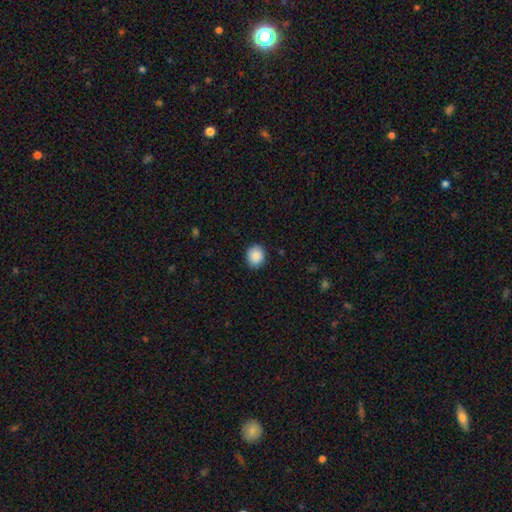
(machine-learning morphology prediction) A smooth galaxy with no disk features (89%) that is round (74%). Merging: none (90%).